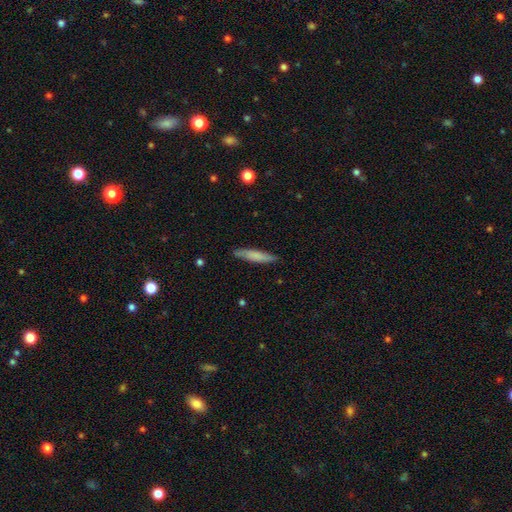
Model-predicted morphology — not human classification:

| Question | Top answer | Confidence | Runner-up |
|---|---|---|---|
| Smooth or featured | smooth | 73% | featured or disk (21%) |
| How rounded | cigar-shaped | 87% | in between (12%) |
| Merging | none | 85% | minor disturbance (12%) |